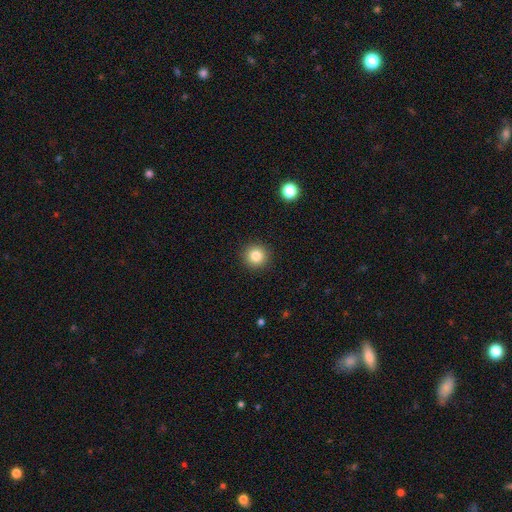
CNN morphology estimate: Overall: smooth (83%). How rounded: round (95%). Merging: none (92%).